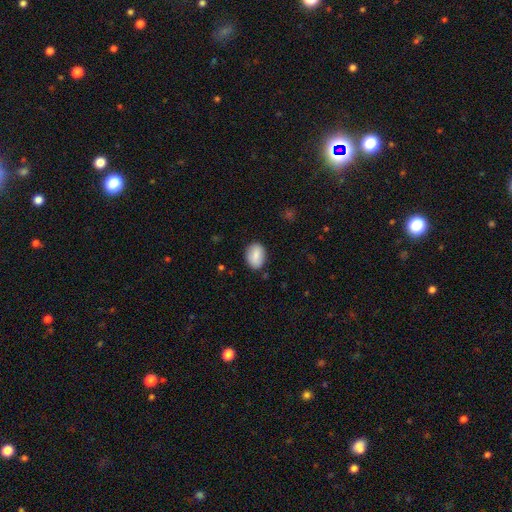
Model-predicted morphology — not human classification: smooth 83%, featured or disk 10%, star or artifact 7%. Down the decision tree: how rounded — in between (75%); merging — none (83%).